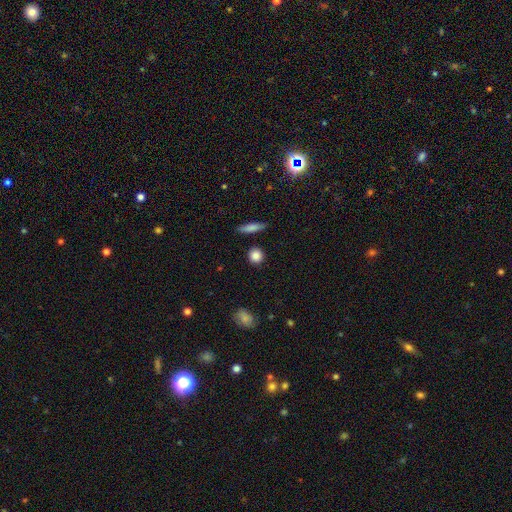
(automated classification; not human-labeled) Smooth or featured? Predicted: smooth (p=0.86). How rounded? Predicted: round (p=0.86). Merging? Predicted: none (p=0.88).